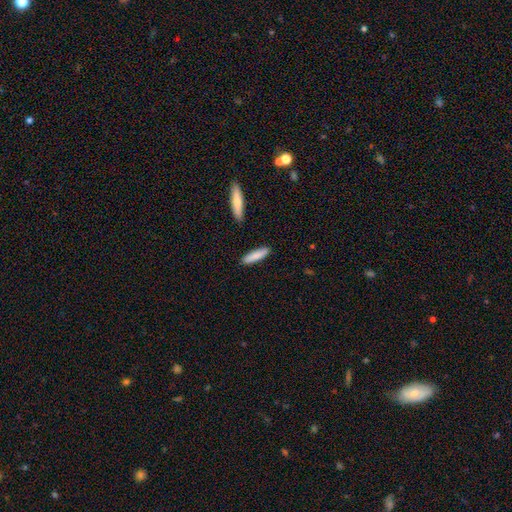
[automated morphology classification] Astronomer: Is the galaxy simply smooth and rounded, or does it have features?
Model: smooth — 84%.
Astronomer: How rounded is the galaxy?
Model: cigar-shaped — 74%.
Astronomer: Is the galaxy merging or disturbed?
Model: none — 89%.